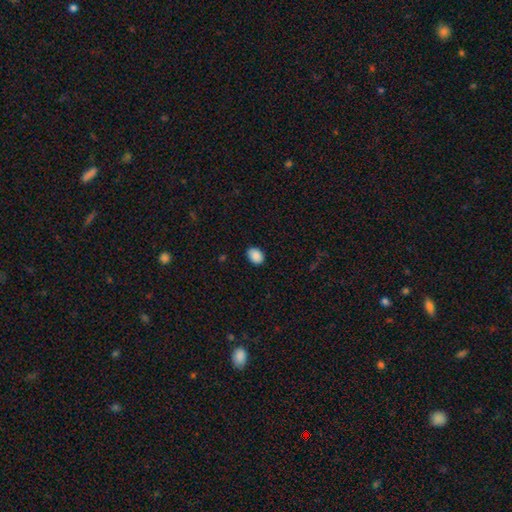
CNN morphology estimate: smooth-or-featured: smooth: 90% | star or artifact: 7% | featured or disk: 3%
  how-rounded: in between: 73% | round: 26% | cigar-shaped: 1%
  merging: none: 85% | minor disturbance: 12% | major disturbance: 2% | merger: 1%